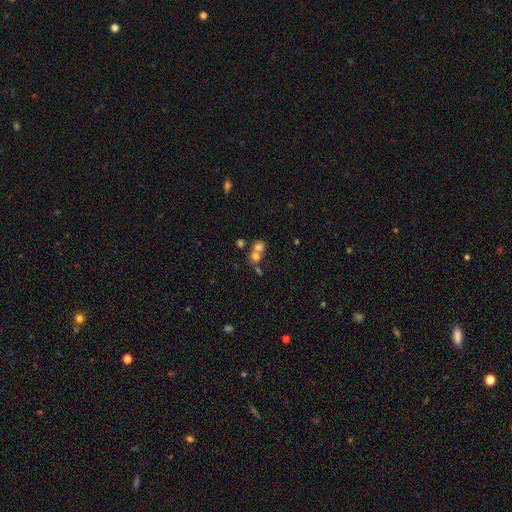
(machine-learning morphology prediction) This appears to be a smooth galaxy with no disk features (67%) that is round (73%). Merging: merger (61%).